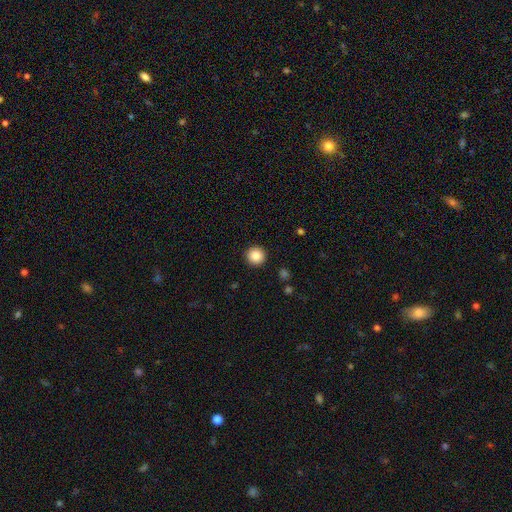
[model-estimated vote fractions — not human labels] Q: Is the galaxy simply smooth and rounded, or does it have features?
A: smooth — 87%.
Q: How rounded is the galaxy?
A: round — 95%.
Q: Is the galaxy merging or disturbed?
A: none — 93%.